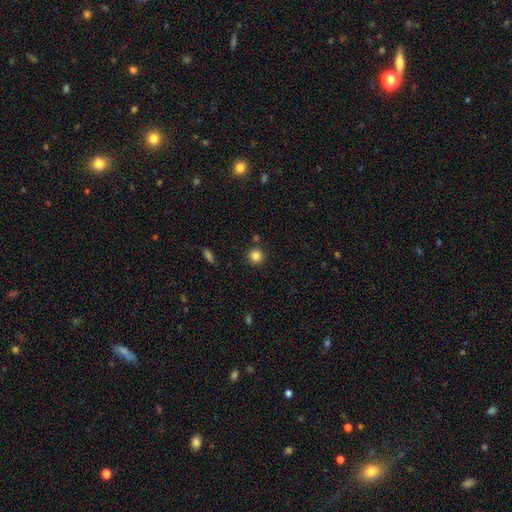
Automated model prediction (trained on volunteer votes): Morphology: type=smooth (84%); roundness=round (93%); merging=none (87%).